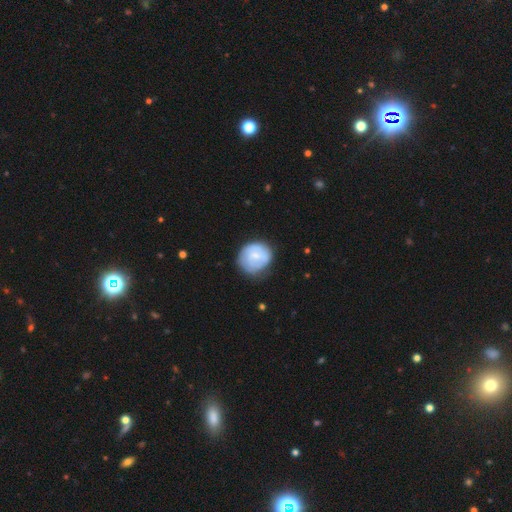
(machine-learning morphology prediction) Smooth or featured: smooth — 56% (featured or disk — 38%)
How rounded: round — 83% (in between — 16%)
Merging: none — 63% (minor disturbance — 26%)